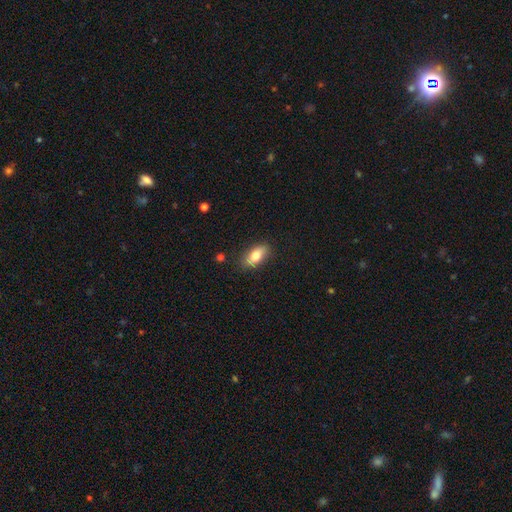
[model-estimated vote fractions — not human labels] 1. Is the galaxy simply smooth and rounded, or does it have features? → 74% smooth, 18% featured or disk, 7% star or artifact.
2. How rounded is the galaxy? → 84% in between, 11% cigar-shaped, 5% round.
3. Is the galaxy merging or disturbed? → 82% none, 13% minor disturbance, 3% major disturbance, 2% merger.